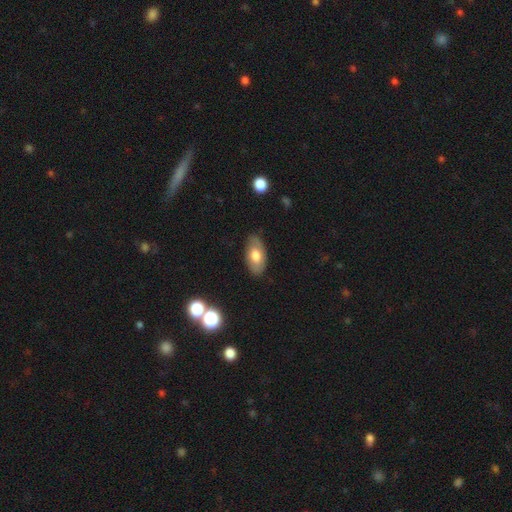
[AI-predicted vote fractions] This appears to be a smooth galaxy with no disk features (58%) that is in between round and cigar-shaped (93%). Merging: none (78%).